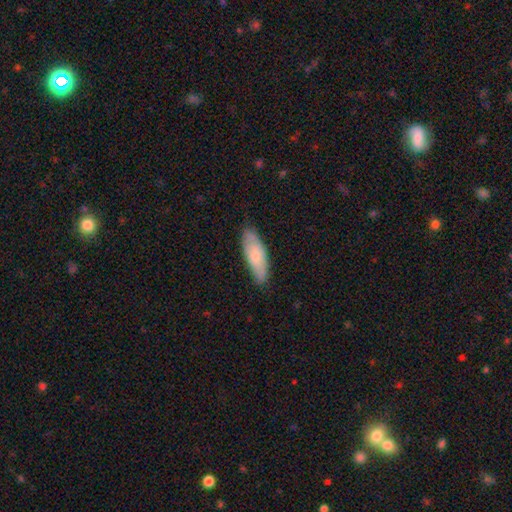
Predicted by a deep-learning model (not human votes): This is likely a smooth galaxy (71%). How rounded: possibly in between (59%). Merging: likely none (79%).